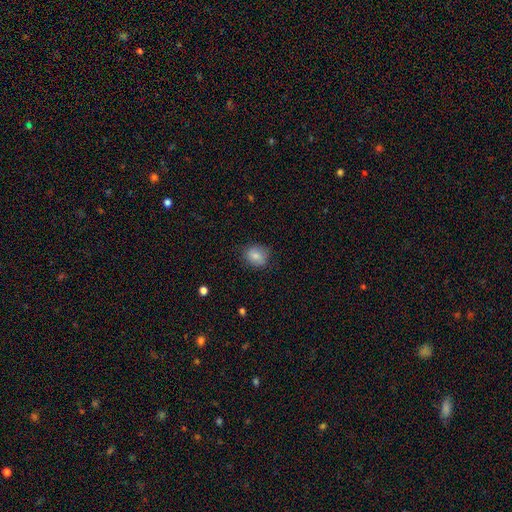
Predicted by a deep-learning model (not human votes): The model was most divided on "how rounded": round: 59%, in between: 40%, cigar-shaped: 1%. More confident: smooth or featured — smooth (82%); merging — none (80%).